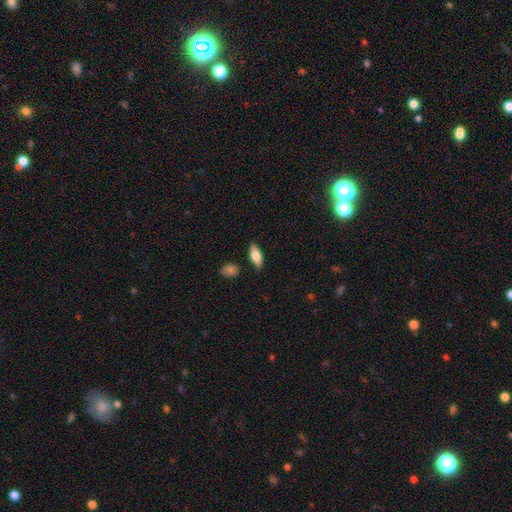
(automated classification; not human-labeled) A smooth galaxy with no disk features (67%) that is in between round and cigar-shaped (74%). Merging: none (82%).